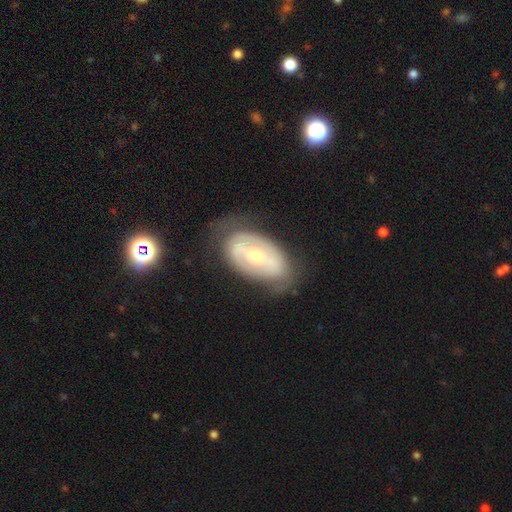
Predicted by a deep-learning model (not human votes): smooth_or_featured: featured or disk (p=0.70) [alt: smooth p=0.23]
disk_edge_on: no (p=0.93) [alt: yes p=0.07]
bar: strong (p=0.38) [alt: weak p=0.36]
has_spiral_arms: yes (p=0.58) [alt: no p=0.42]
bulge_size: moderate (p=0.50) [alt: small p=0.46]
merging: none (p=0.64) [alt: minor disturbance p=0.23]